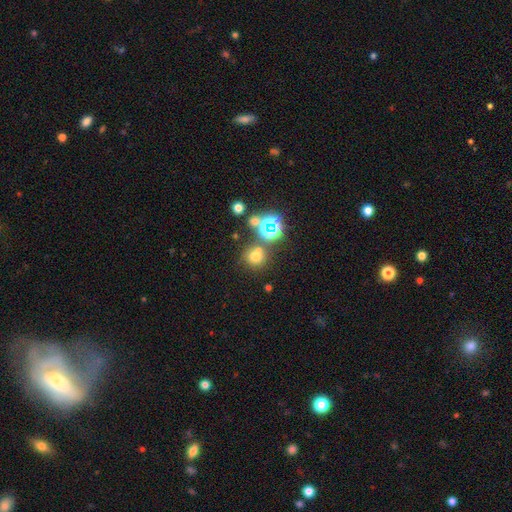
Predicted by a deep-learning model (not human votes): Smooth or featured: smooth — 63% (star or artifact — 28%)
How rounded: round — 90% (in between — 9%)
Merging: none — 68% (merger — 19%)